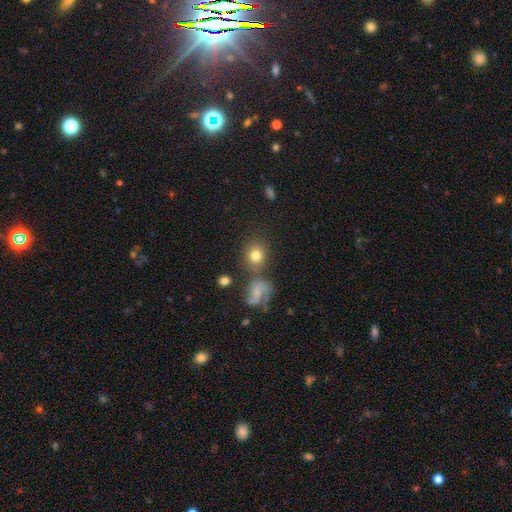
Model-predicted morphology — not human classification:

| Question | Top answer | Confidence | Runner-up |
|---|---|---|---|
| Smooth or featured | smooth | 75% | featured or disk (15%) |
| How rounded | round | 72% | in between (26%) |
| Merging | none | 64% | merger (17%) |